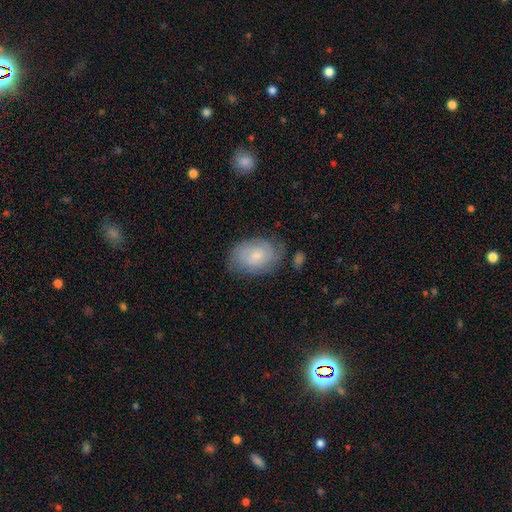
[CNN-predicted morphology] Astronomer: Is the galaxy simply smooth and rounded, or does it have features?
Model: smooth — 53% (runner-up: featured or disk, 39%).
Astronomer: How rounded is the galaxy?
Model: in between — 83%.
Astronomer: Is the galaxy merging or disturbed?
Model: none — 68%.